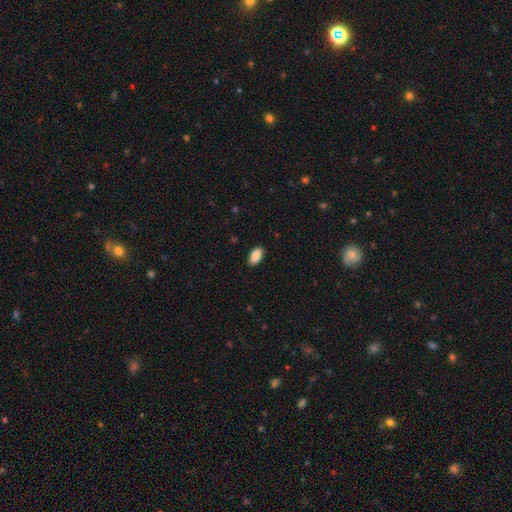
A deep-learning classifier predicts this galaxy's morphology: type=smooth (89%); roundness=in between (94%); merging=none (89%).